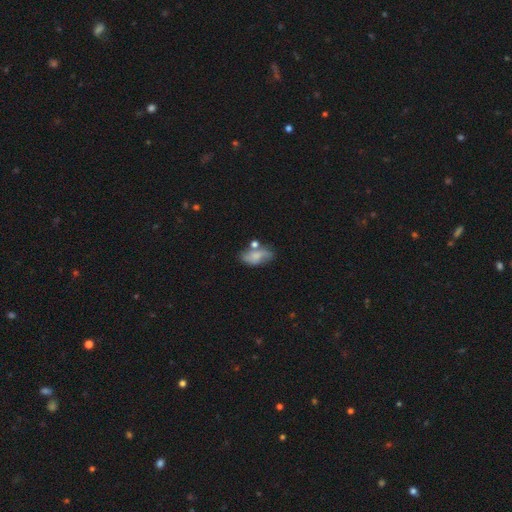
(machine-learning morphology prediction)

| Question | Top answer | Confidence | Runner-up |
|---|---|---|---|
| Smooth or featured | smooth | 62% | featured or disk (29%) |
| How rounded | in between | 88% | round (7%) |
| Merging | none | 47% | minor disturbance (24%) |